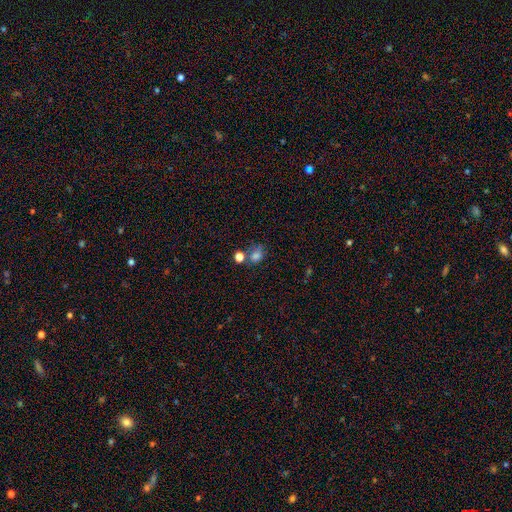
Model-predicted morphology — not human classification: Smooth or featured?
  - smooth: 74% *
  - star or artifact: 16%
  - featured or disk: 11%
How rounded?
  - round: 50% *
  - in between: 49%
  - cigar-shaped: 1%
Merging?
  - none: 41% *
  - merger: 25%
  - minor disturbance: 20%
  - major disturbance: 14%